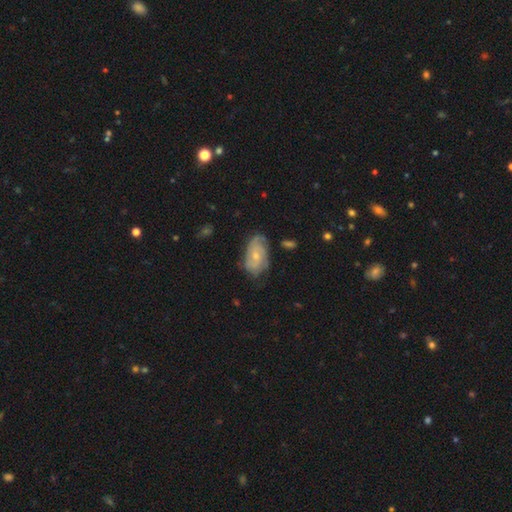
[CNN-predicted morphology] A featured or disk galaxy (67%) with no bar (70%), tight (51%) spiral arms (89%) and a small central bulge (57%). Merging: none (64%).